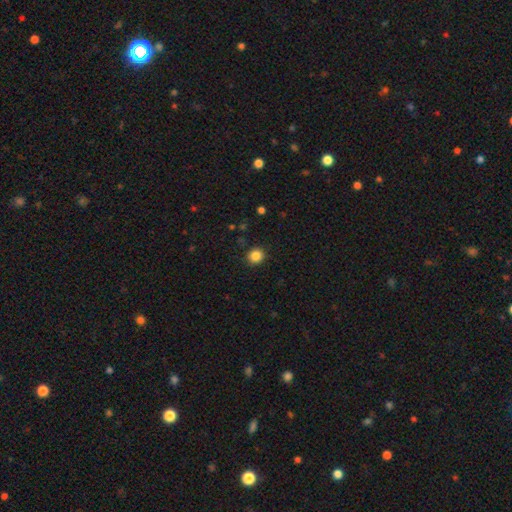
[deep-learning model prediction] Overall: smooth (85%). How rounded: round (88%). Merging: none (91%).